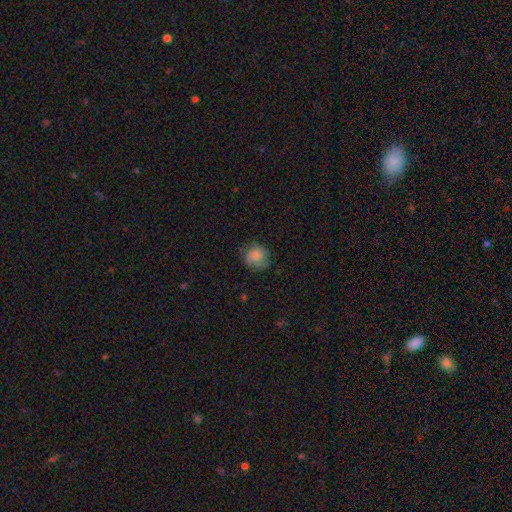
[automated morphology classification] A smooth galaxy with no disk features (72%) that is round (85%). Merging: none (69%).